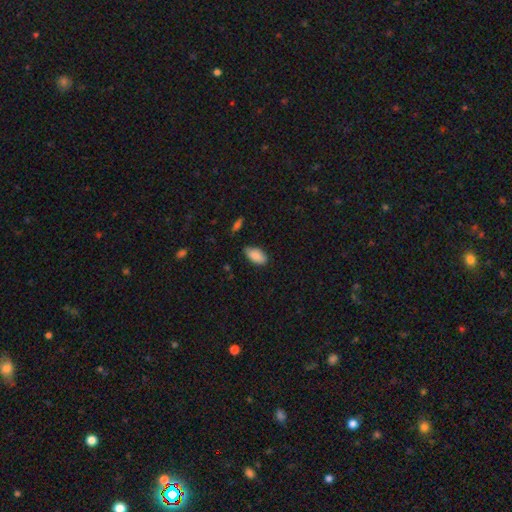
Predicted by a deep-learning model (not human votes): smooth 85%, featured or disk 8%, star or artifact 7%. Down the decision tree: how rounded — in between (93%); merging — none (79%).